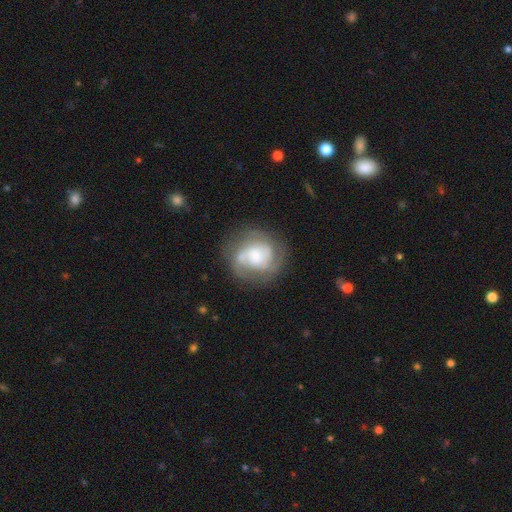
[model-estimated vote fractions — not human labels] A featured or disk galaxy (66%) with no bar (69%), 2 (40%) tight (48%) spiral arms (82%) and a small central bulge (37%).

Vote fractions:
- Smooth or featured? featured or disk: 66% / smooth: 27% / star or artifact: 8%
- Edge-on disk? no: 98% / yes: 2%
- Bar? no: 69% / weak: 24% / strong: 7%
- Spiral arms? yes: 82% / no: 18%
- Spiral winding? tight: 48% / medium: 37% / loose: 15%
- Spiral arm count? 2: 40% / can't tell: 29% / 3: 16% / 1: 7% / 4: 4% / more than 4: 4%
- Bulge size? small: 37% / moderate: 28% / large: 21% / none: 9% / dominant: 5%
- Merging? none: 64% / minor disturbance: 19% / major disturbance: 13% / merger: 4%